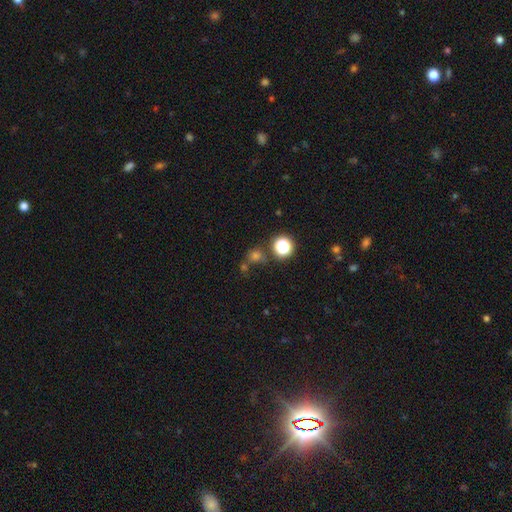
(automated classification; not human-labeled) Morphology: type=smooth (60%); roundness=round (85%); merging=none (64%).